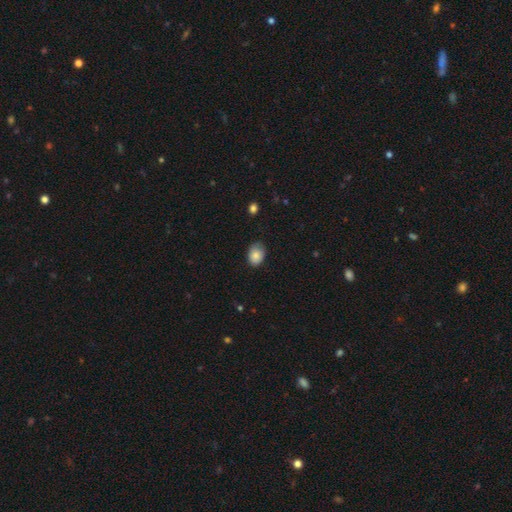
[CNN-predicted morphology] type=smooth (82%); roundness=in between (74%); merging=none (68%).